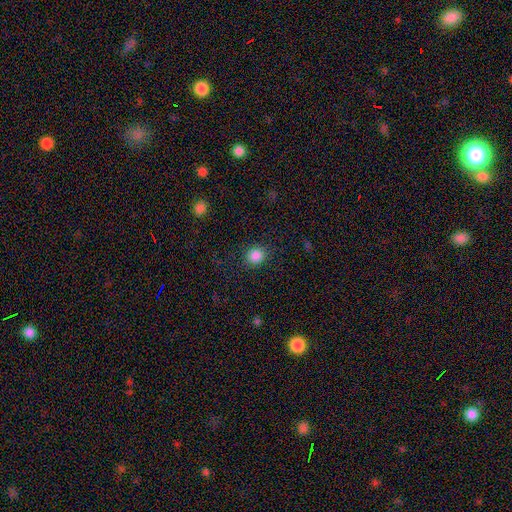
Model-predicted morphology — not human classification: This appears to be a smooth galaxy with no disk features (86%) that is round (83%). Merging: none (87%).